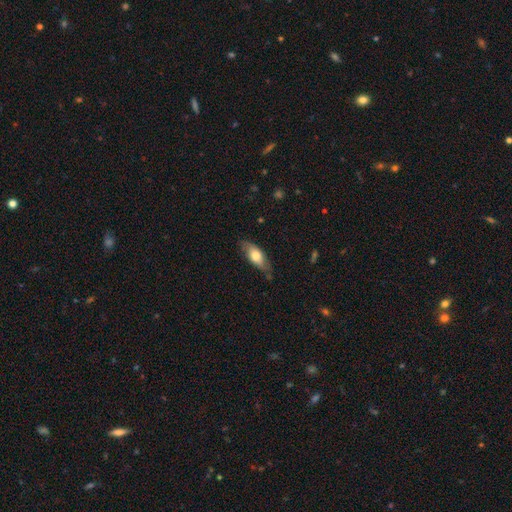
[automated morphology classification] smooth 64%, featured or disk 30%, star or artifact 6%. Down the decision tree: how rounded — in between (76%); merging — none (69%).